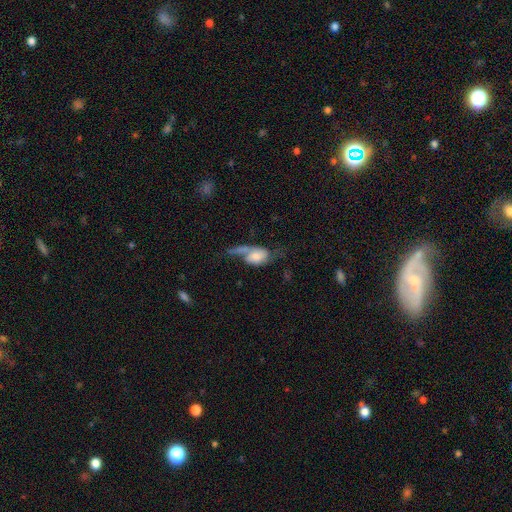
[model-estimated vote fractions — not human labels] smooth_or_featured: smooth (p=0.48) [alt: featured or disk p=0.45]
merging: major disturbance (p=0.39) [alt: none p=0.21]